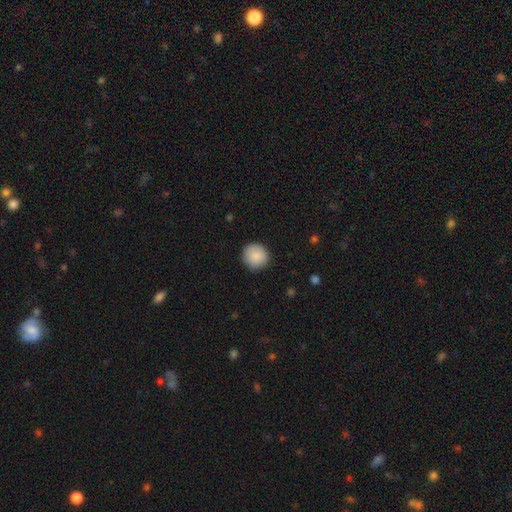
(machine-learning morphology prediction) This appears to be a smooth galaxy with no disk features (89%) that is round (94%). Merging: none (90%).